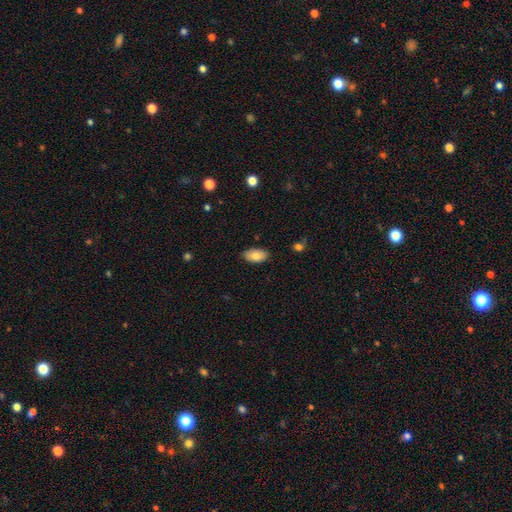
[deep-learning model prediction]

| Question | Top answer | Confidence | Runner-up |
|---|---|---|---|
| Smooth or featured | smooth | 81% | featured or disk (12%) |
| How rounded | in between | 94% | round (3%) |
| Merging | none | 86% | minor disturbance (11%) |